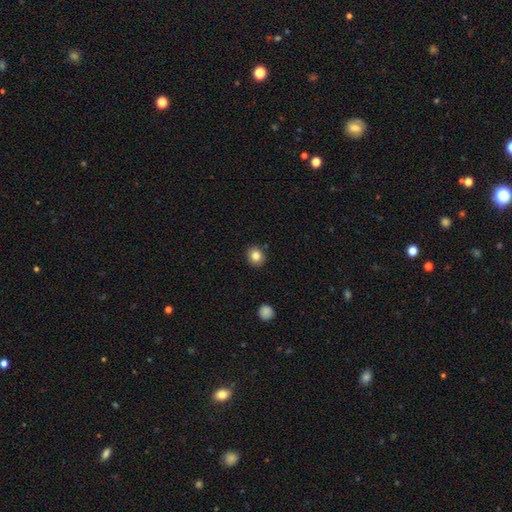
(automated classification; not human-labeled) Smooth or featured? Predicted: smooth (p=0.83). How rounded? Predicted: round (p=0.72). Merging? Predicted: none (p=0.89).